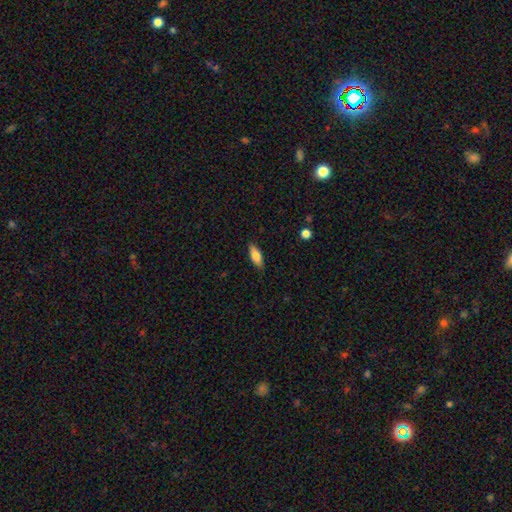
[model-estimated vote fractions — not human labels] Smooth or featured? smooth (73%)
How rounded? in between (69%)
Merging? none (87%)